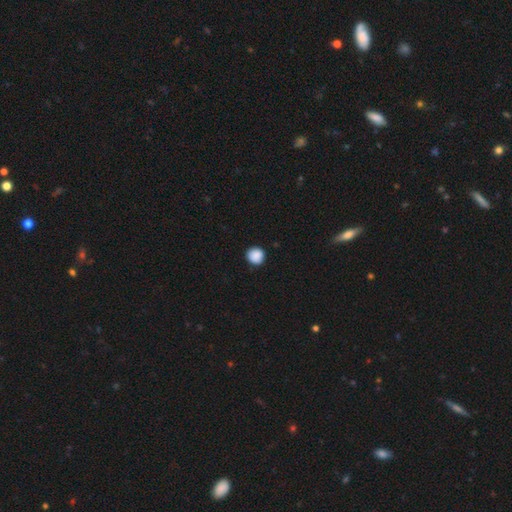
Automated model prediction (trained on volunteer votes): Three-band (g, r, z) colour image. It shows a smooth galaxy with no disk features (89%) that is round (92%). Merging: none (89%).